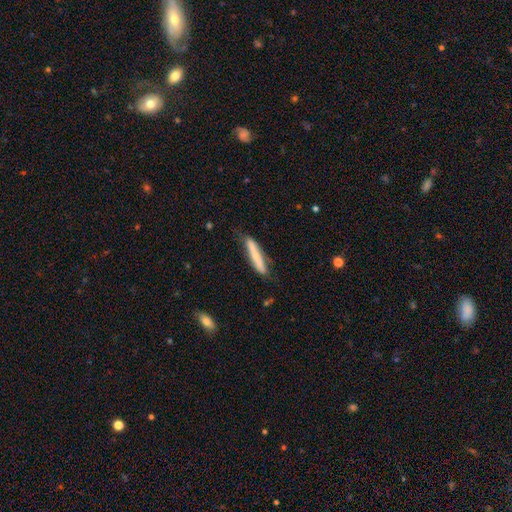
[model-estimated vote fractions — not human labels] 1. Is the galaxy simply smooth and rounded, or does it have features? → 63% smooth, 31% featured or disk, 6% star or artifact.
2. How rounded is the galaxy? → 92% cigar-shaped, 6% in between, 1% round.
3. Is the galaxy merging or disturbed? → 70% none, 23% minor disturbance, 5% major disturbance, 2% merger.